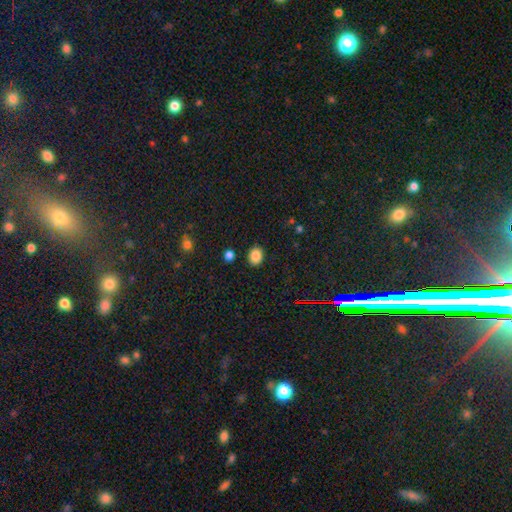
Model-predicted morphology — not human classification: This appears to be a smooth galaxy with no disk features (86%) that is in between round and cigar-shaped (56%). Merging: none (86%).